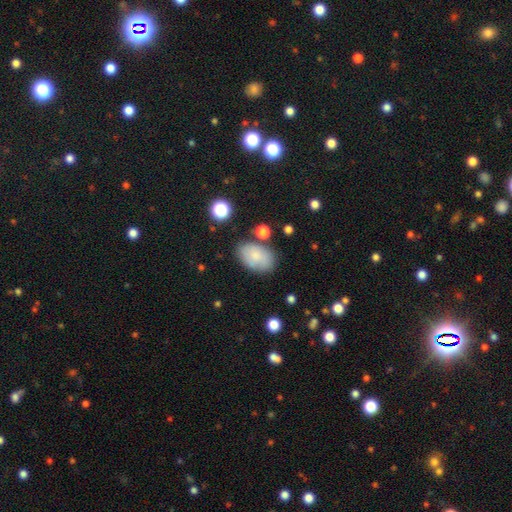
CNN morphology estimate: This appears to be a smooth galaxy with no disk features (77%) that is in between round and cigar-shaped (88%). Merging: none (73%).